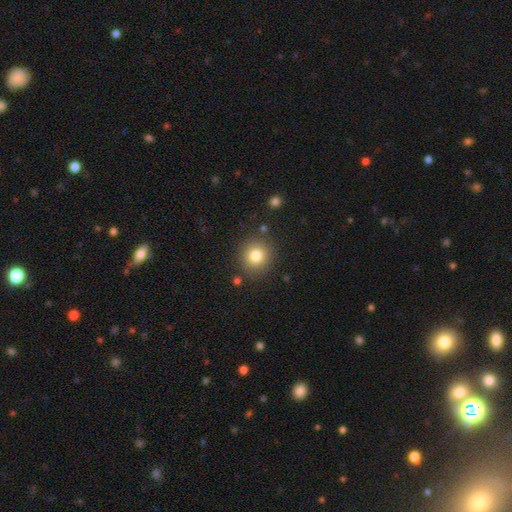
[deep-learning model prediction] smooth-or-featured: smooth: 80% | star or artifact: 12% | featured or disk: 8%
  how-rounded: round: 91% | in between: 8% | cigar-shaped: 1%
  merging: none: 87% | minor disturbance: 8% | major disturbance: 3% | merger: 3%